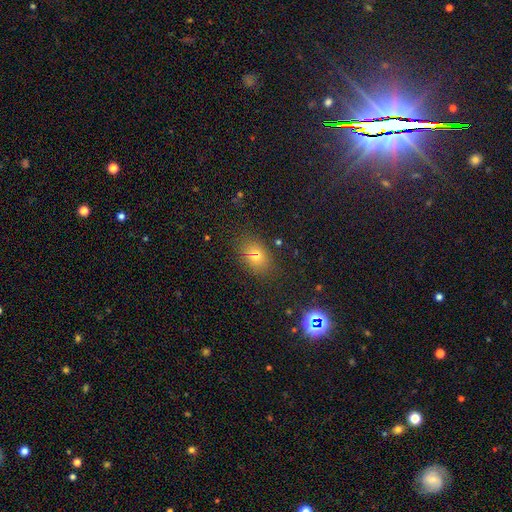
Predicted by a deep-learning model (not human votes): A smooth galaxy with no disk features (67%) that is in between round and cigar-shaped (70%).

Vote fractions:
- Smooth or featured? smooth: 67% / star or artifact: 20% / featured or disk: 13%
- How rounded? in between: 70% / round: 28% / cigar-shaped: 2%
- Merging? none: 78% / minor disturbance: 12% / merger: 5% / major disturbance: 4%